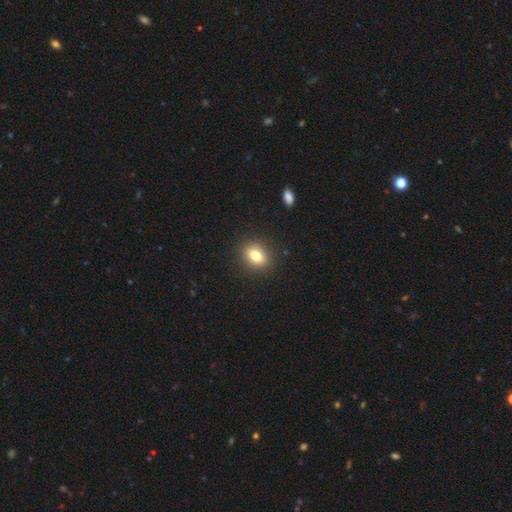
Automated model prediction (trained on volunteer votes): The model was most divided on "how rounded": in between: 62%, round: 35%, cigar-shaped: 2%. More confident: merging — none (89%); smooth or featured — smooth (77%).